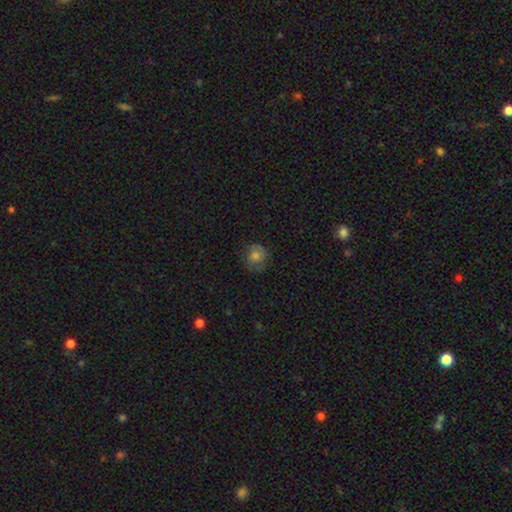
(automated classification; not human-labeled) Smooth or featured? smooth (74%)
How rounded? round (85%)
Merging? none (76%)